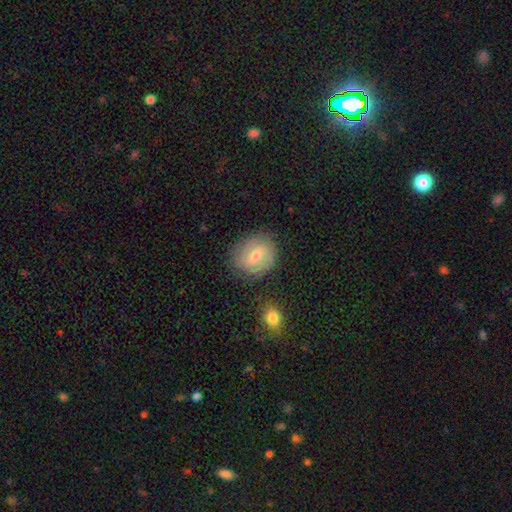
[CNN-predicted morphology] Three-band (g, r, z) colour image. It shows a smooth galaxy with no disk features (48%). Merging: none (78%).